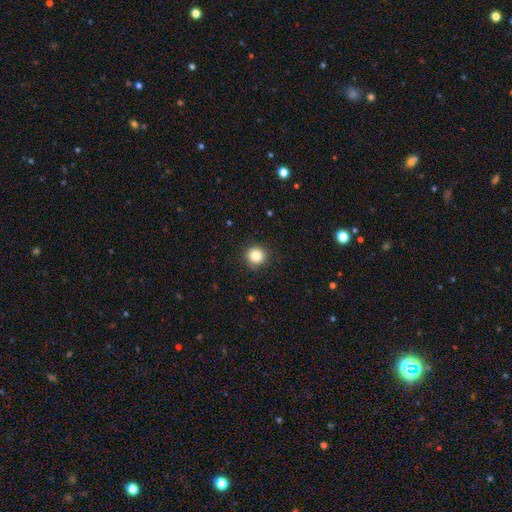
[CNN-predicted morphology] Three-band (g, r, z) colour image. It shows a smooth galaxy with no disk features (84%) that is round (93%). Merging: none (89%).